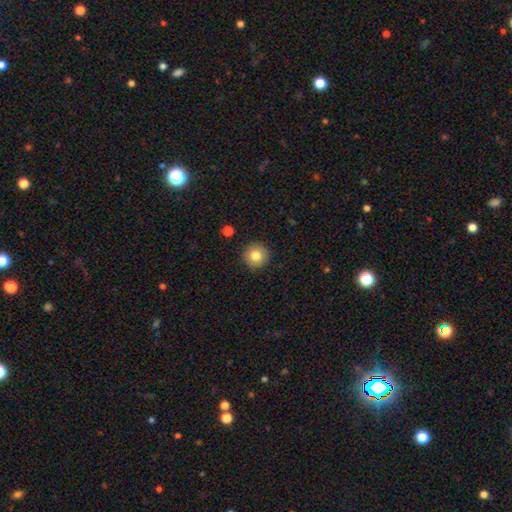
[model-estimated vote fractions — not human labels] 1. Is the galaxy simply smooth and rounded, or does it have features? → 81% smooth, 10% star or artifact, 9% featured or disk.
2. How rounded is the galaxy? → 95% round, 4% in between, 1% cigar-shaped.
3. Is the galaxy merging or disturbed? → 92% none, 5% minor disturbance, 2% major disturbance, 1% merger.